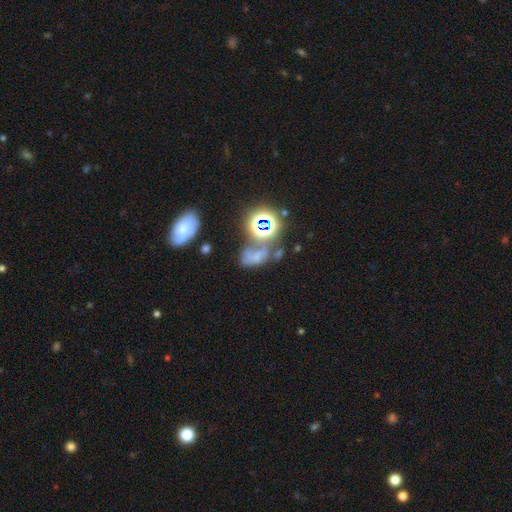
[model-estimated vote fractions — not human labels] A smooth galaxy with no disk features (45%).

Vote fractions:
- Smooth or featured? smooth: 45% / star or artifact: 33% / featured or disk: 22%
- Merging? merger: 35% / none: 28% / major disturbance: 21% / minor disturbance: 17%